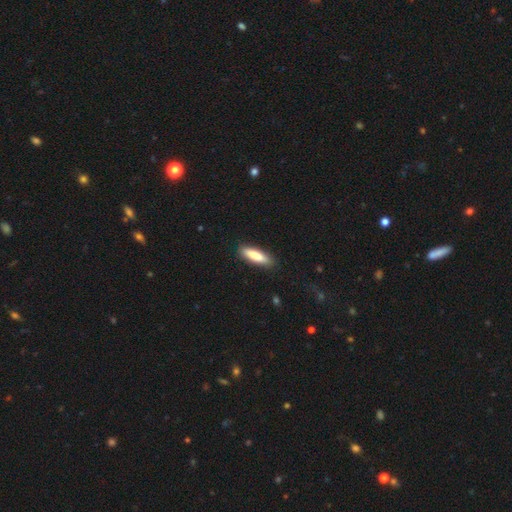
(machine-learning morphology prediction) Smooth or featured? Predicted: smooth (p=0.80). How rounded? Predicted: cigar-shaped (p=0.63). Merging? Predicted: none (p=0.88).